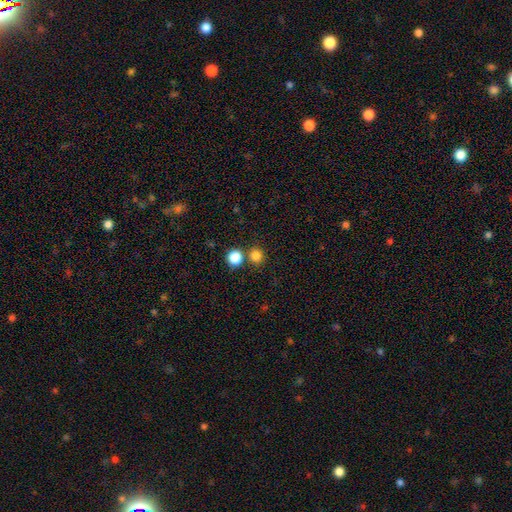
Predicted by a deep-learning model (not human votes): Overall: smooth (82%). How rounded: round (91%). Merging: none (75%).